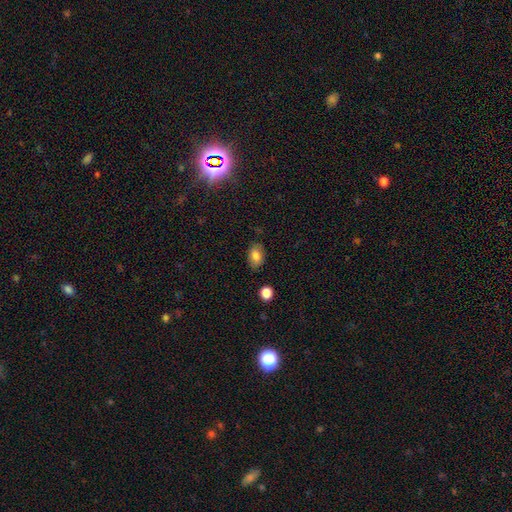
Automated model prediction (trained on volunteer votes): smooth_or_featured: smooth (p=0.82) [alt: featured or disk p=0.09]
how_rounded: in between (p=0.86) [alt: round p=0.12]
merging: none (p=0.82) [alt: minor disturbance p=0.14]